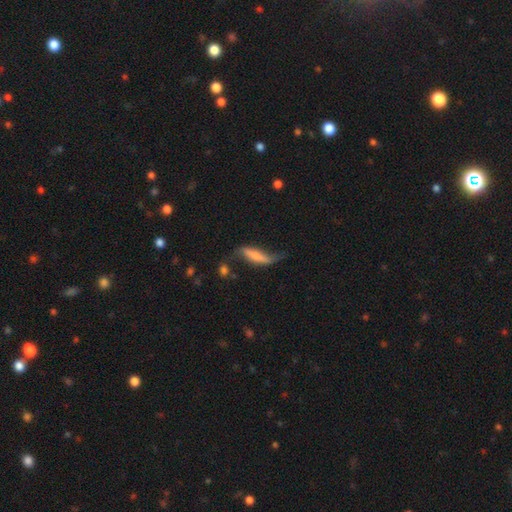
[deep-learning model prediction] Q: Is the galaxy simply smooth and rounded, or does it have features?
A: featured or disk — 52%.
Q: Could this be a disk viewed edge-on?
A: no — 65%.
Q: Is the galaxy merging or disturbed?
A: none — 42%.